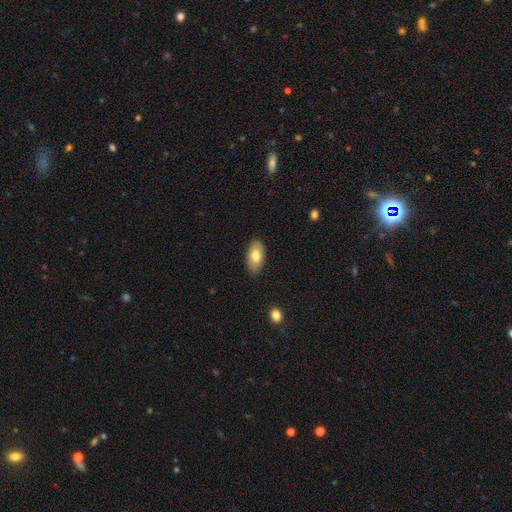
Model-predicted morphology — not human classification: This appears to be a smooth galaxy with no disk features (78%) that is in between round and cigar-shaped (94%). Merging: none (87%).